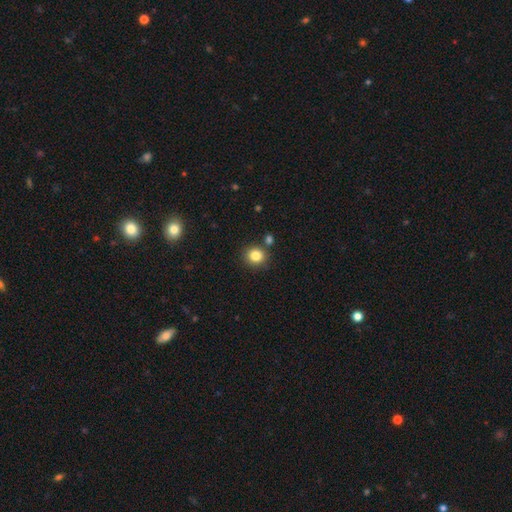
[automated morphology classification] smooth 84%, star or artifact 11%, featured or disk 5%. Down the decision tree: how rounded — round (83%); merging — none (81%).